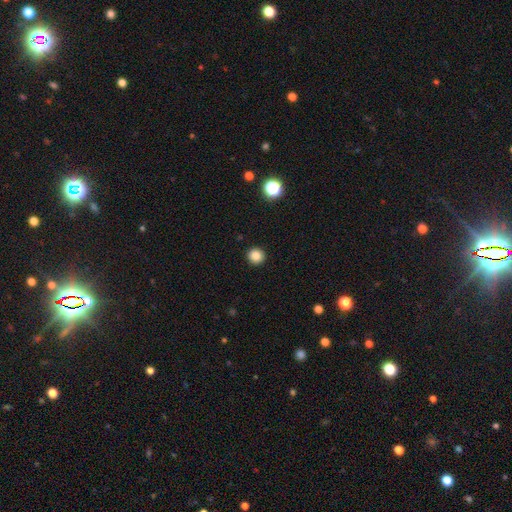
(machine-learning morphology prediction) A smooth galaxy with no disk features (85%) that is round (94%). Merging: none (93%).